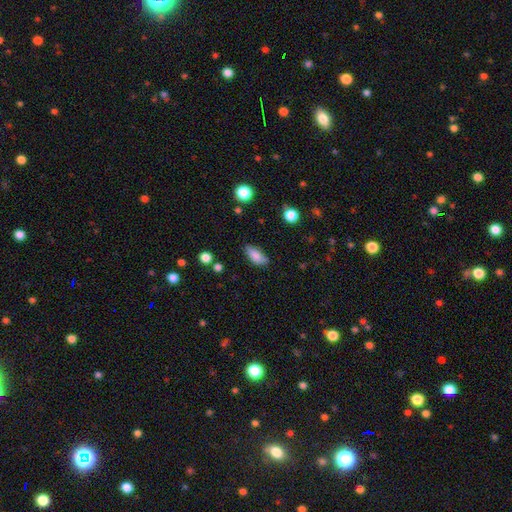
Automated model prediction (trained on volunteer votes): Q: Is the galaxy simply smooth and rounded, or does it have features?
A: smooth — 83%.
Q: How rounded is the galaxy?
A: in between — 85%.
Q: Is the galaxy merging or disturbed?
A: none — 72%.